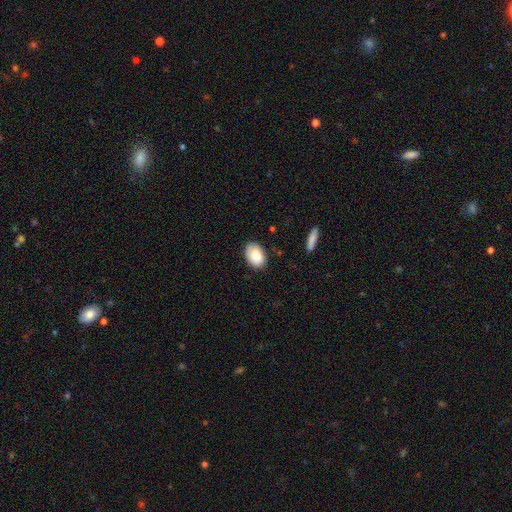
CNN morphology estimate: Overall: smooth (81%). How rounded: in between (86%). Merging: none (78%).